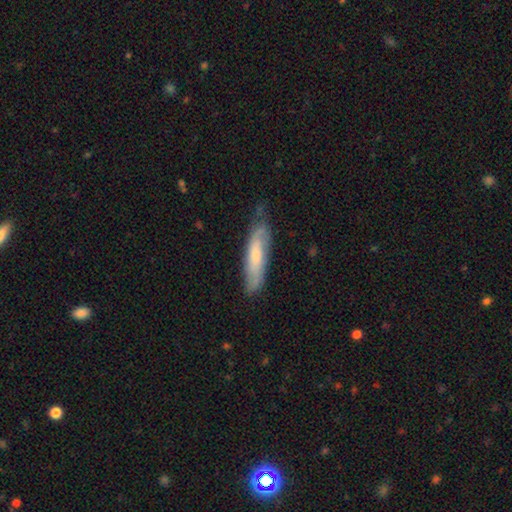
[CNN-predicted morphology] A smooth galaxy with no disk features (53%) that is cigar-shaped (72%).

Vote fractions:
- Smooth or featured? smooth: 53% / featured or disk: 41% / star or artifact: 6%
- How rounded? cigar-shaped: 72% / in between: 26% / round: 1%
- Merging? none: 67% / minor disturbance: 26% / major disturbance: 6% / merger: 2%